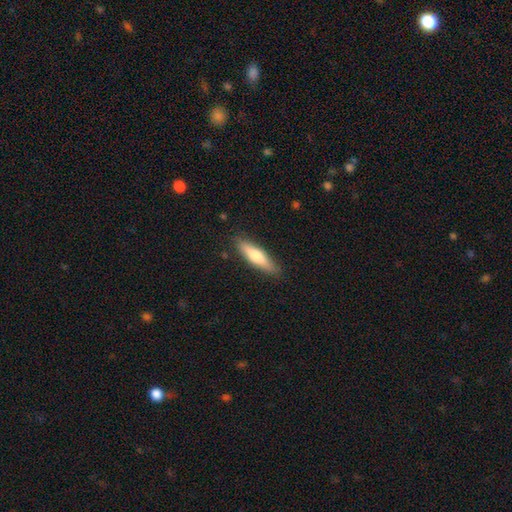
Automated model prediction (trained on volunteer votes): This appears to be a smooth galaxy with no disk features (65%) that is cigar-shaped (71%). Merging: none (86%).